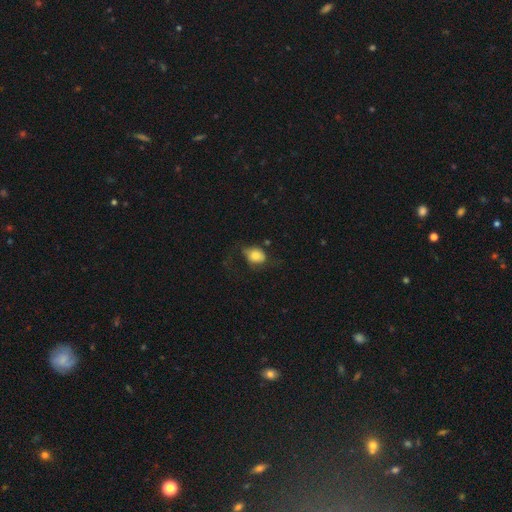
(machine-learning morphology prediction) A smooth galaxy with no disk features (76%) that is in between round and cigar-shaped (55%).

Vote fractions:
- Smooth or featured? smooth: 76% / featured or disk: 15% / star or artifact: 9%
- How rounded? in between: 55% / round: 44% / cigar-shaped: 1%
- Merging? none: 46% / minor disturbance: 29% / major disturbance: 22% / merger: 2%